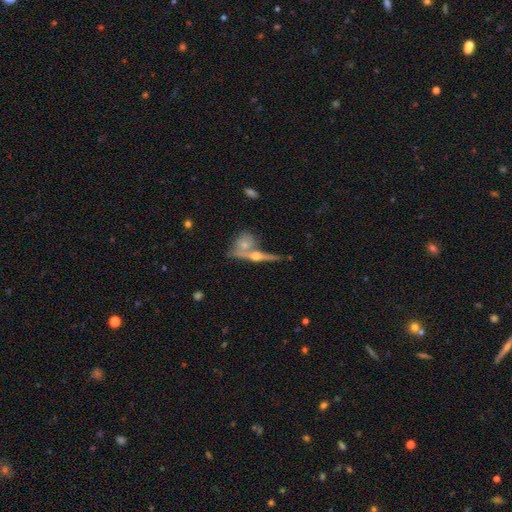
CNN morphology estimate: A featured or disk galaxy (68%) viewed edge-on (89%) with a rounded central bulge (90%). Merging: none (56%).